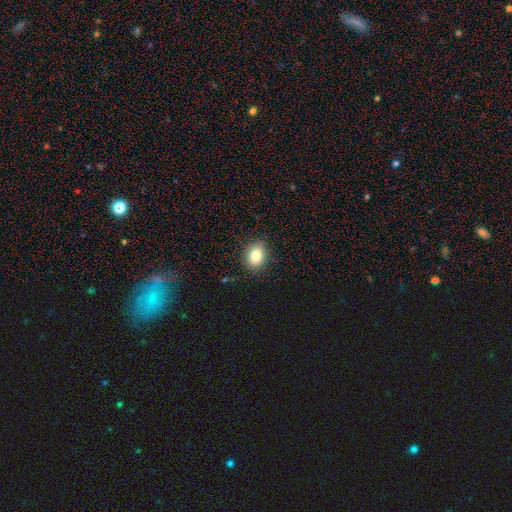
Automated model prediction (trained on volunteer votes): Smooth or featured?
  - smooth: 82% *
  - star or artifact: 10%
  - featured or disk: 8%
How rounded?
  - in between: 59% *
  - round: 40%
  - cigar-shaped: 1%
Merging?
  - none: 87% *
  - minor disturbance: 10%
  - major disturbance: 2%
  - merger: 1%